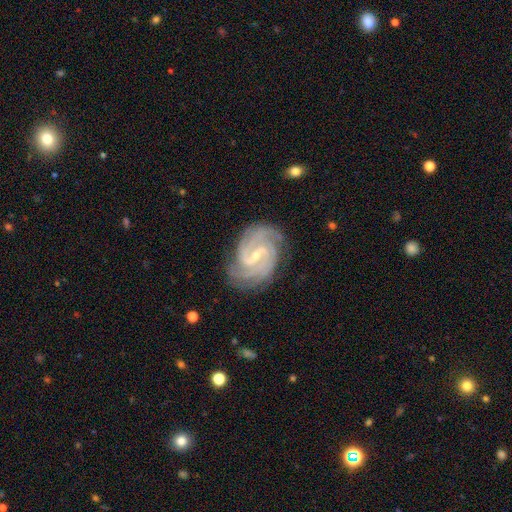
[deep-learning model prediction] featured or disk 92%, star or artifact 5%, smooth 3%. Down the decision tree: edge-on disk — no (98%); bar — weak (53%); spiral arms — yes (99%); spiral arm count — 3 (29%); spiral winding — tight (62%); bulge size — small (70%); merging — none (80%).